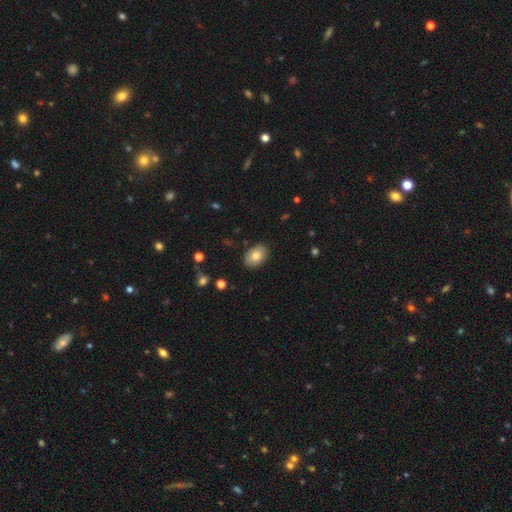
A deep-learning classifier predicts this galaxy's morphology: The model was most divided on "smooth or featured": smooth: 80%, featured or disk: 13%, star or artifact: 8%. More confident: merging — none (87%); how rounded — in between (83%).